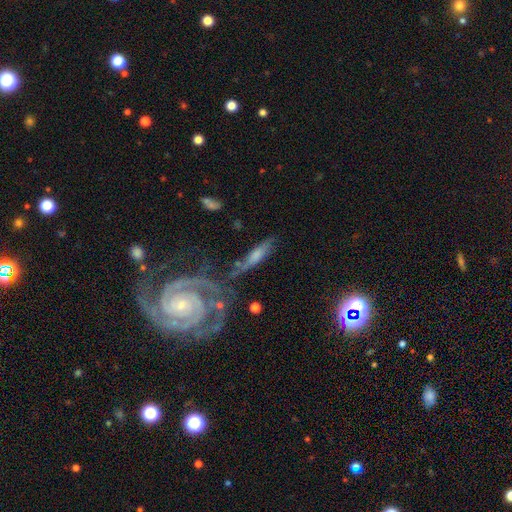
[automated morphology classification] The model was most divided on "edge-on disk": no: 59%, yes: 41%. More confident: smooth or featured — featured or disk (59%); merging — none (53%).